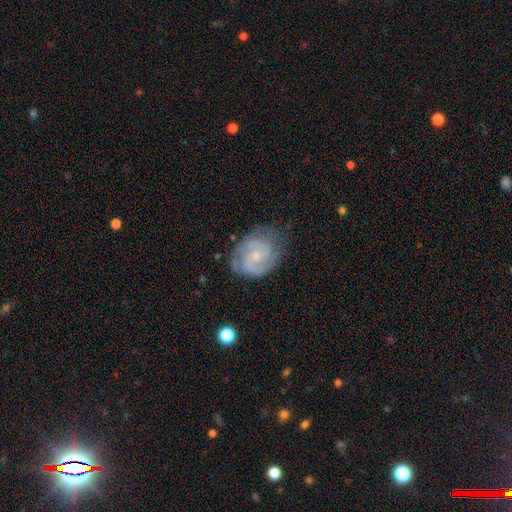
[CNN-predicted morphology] A featured or disk galaxy (84%) with no bar (59%), 2 (71%) tight (49%) spiral arms (96%) and a small central bulge (71%).

Vote fractions:
- Smooth or featured? featured or disk: 84% / smooth: 10% / star or artifact: 6%
- Edge-on disk? no: 98% / yes: 2%
- Bar? no: 59% / weak: 36% / strong: 5%
- Spiral arms? yes: 96% / no: 4%
- Spiral winding? tight: 49% / medium: 42% / loose: 9%
- Spiral arm count? 2: 71% / can't tell: 11% / 3: 11% / 1: 3% / 4: 2% / more than 4: 2%
- Bulge size? small: 71% / moderate: 21% / none: 6% / large: 1% / dominant: 1%
- Merging? none: 71% / minor disturbance: 20% / major disturbance: 7% / merger: 1%